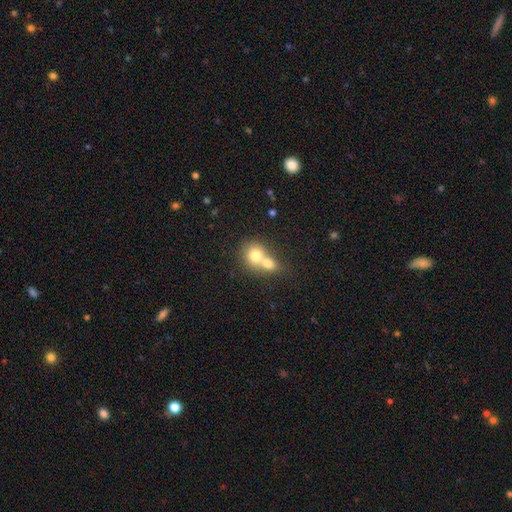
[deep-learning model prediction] smooth 73%, featured or disk 18%, star or artifact 9%. Down the decision tree: how rounded — round (71%); merging — merger (71%).